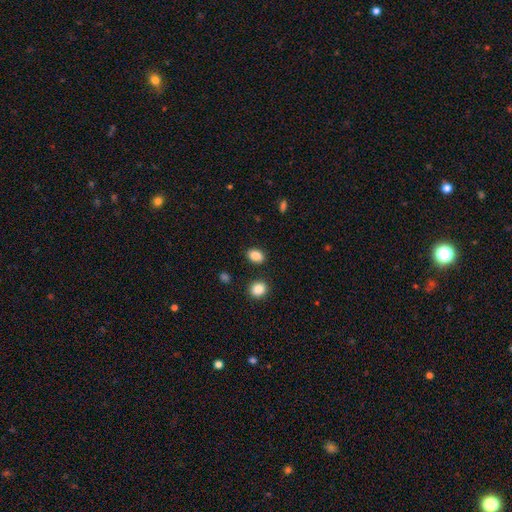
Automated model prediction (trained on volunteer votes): Q: Smooth or featured?
A: smooth (87%); runner-up: star or artifact (9%)
Q: How rounded?
A: in between (74%); runner-up: round (25%)
Q: Merging?
A: none (85%); runner-up: minor disturbance (9%)